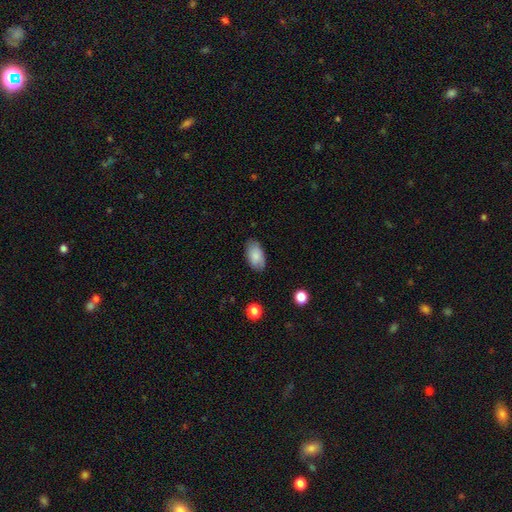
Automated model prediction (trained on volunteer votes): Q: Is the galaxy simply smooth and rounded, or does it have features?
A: smooth — 82%.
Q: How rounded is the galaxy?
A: in between — 94%.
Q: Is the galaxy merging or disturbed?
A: none — 81%.